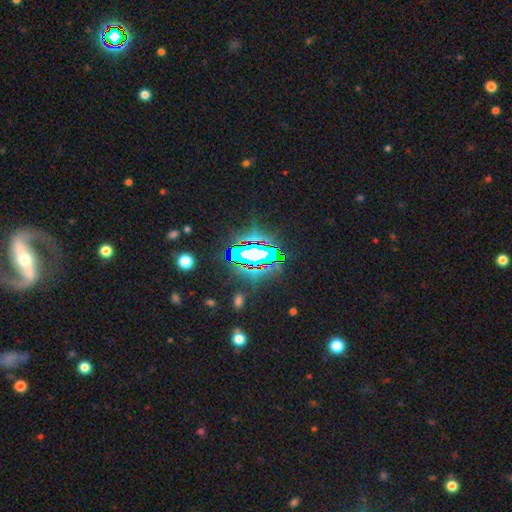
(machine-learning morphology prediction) Smooth or featured?
  - star or artifact: 70% *
  - smooth: 16%
  - featured or disk: 14%